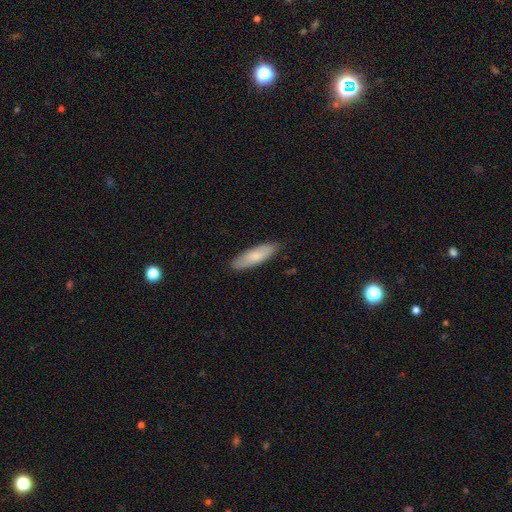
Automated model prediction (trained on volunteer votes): smooth 76%, featured or disk 19%, star or artifact 5%. Down the decision tree: how rounded — cigar-shaped (51%); merging — none (84%).